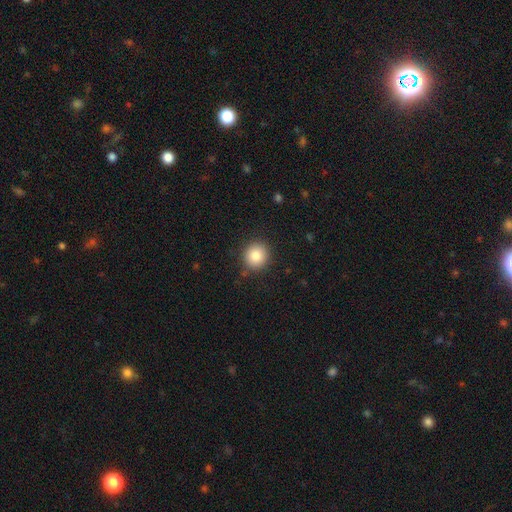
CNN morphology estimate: Smooth or featured?
  - smooth: 84% *
  - star or artifact: 10%
  - featured or disk: 7%
How rounded?
  - round: 90% *
  - in between: 10%
  - cigar-shaped: 1%
Merging?
  - none: 89% *
  - minor disturbance: 8%
  - major disturbance: 2%
  - merger: 1%